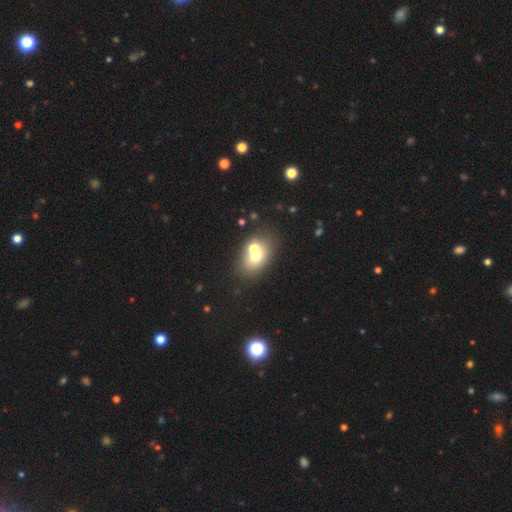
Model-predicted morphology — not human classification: Overall: smooth (61%; featured or disk 25%). How rounded: in between (67%; round 32%). Merging: none (46%; merger 40%).